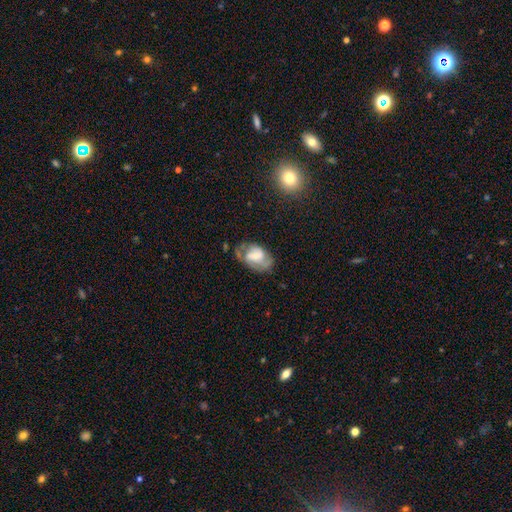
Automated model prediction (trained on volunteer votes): Morphology: type=featured or disk (66%); edge-on=no (97%); bar=weak (47%); spiral arms=yes (82%); winding=medium (45%); arm count=2 (61%); bulge=small (47%); merging=none (54%).